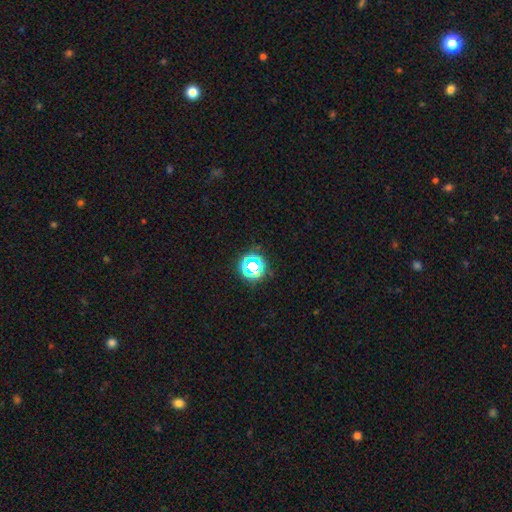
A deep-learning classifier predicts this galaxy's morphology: This appears to be a star or artifact, not a galaxy (68%).